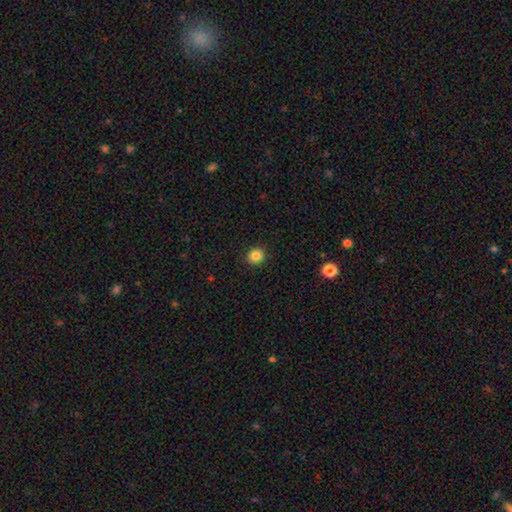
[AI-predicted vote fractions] This is clearly a smooth galaxy (84%). How rounded: clearly round (88%). Merging: clearly none (92%).